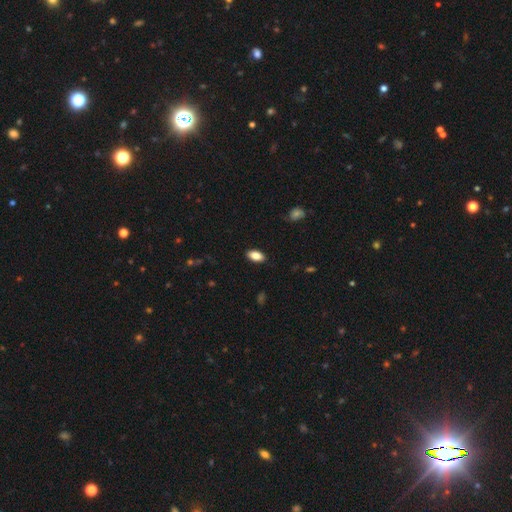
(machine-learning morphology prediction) smooth-or-featured: smooth: 85% | featured or disk: 8% | star or artifact: 7%
  how-rounded: in between: 92% | cigar-shaped: 4% | round: 4%
  merging: none: 88% | minor disturbance: 9% | major disturbance: 2% | merger: 1%